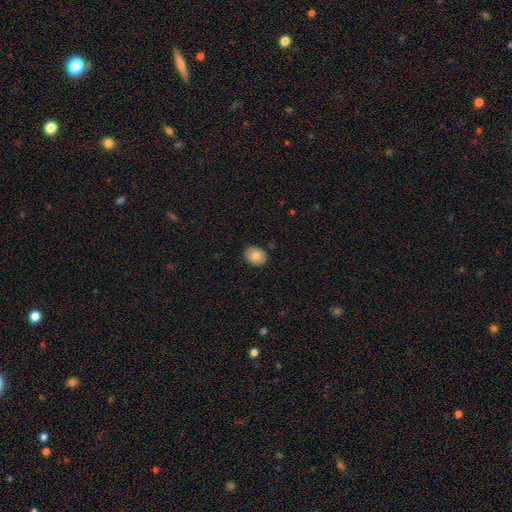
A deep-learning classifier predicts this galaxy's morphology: This is likely a smooth galaxy (79%). How rounded: possibly round (55%). Merging: clearly none (87%).